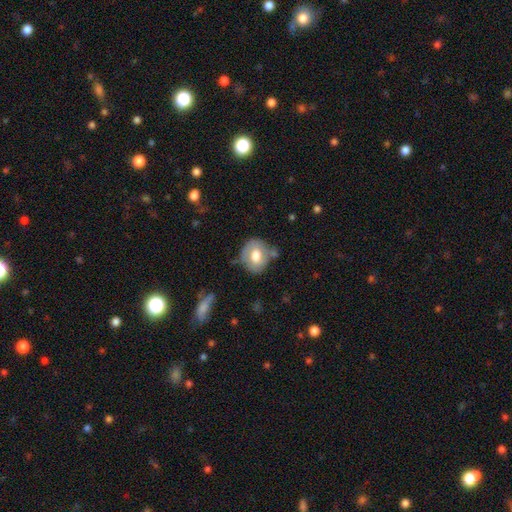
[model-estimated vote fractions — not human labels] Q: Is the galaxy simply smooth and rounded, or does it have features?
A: smooth — 62%.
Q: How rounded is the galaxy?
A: round — 65%.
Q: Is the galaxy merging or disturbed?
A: none — 59%.